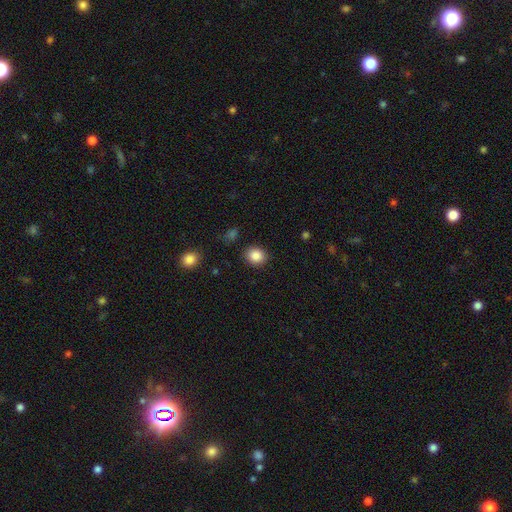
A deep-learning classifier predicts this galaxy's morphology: This appears to be a smooth galaxy with no disk features (87%) that is round (71%). Merging: none (88%).